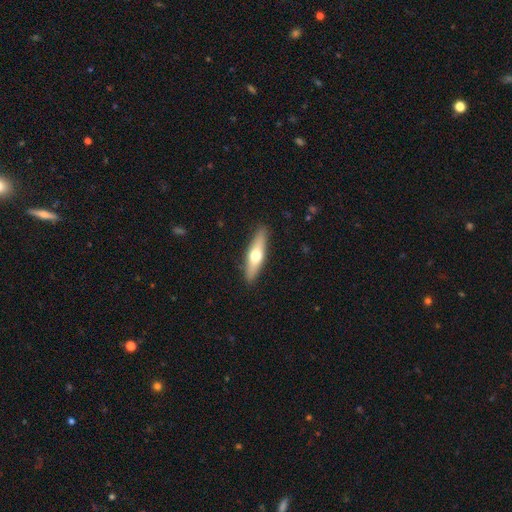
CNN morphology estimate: A smooth galaxy with no disk features (52%) that is cigar-shaped (71%).

Vote fractions:
- Smooth or featured? smooth: 52% / featured or disk: 43% / star or artifact: 5%
- How rounded? cigar-shaped: 71% / in between: 27% / round: 2%
- Merging? none: 90% / minor disturbance: 8% / major disturbance: 2% / merger: 1%